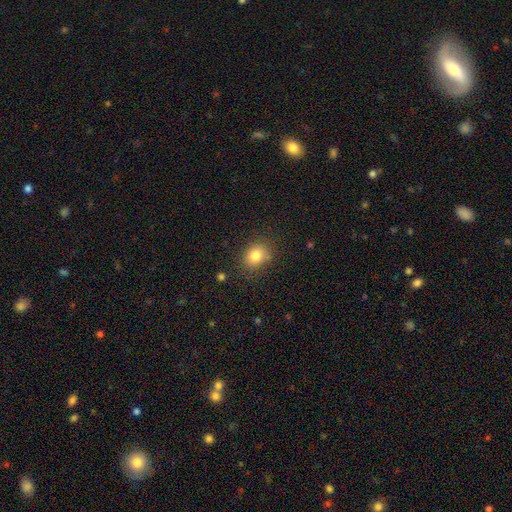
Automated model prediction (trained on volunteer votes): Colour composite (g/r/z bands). It shows a smooth galaxy with no disk features (82%) that is round (57%). Merging: none (79%).